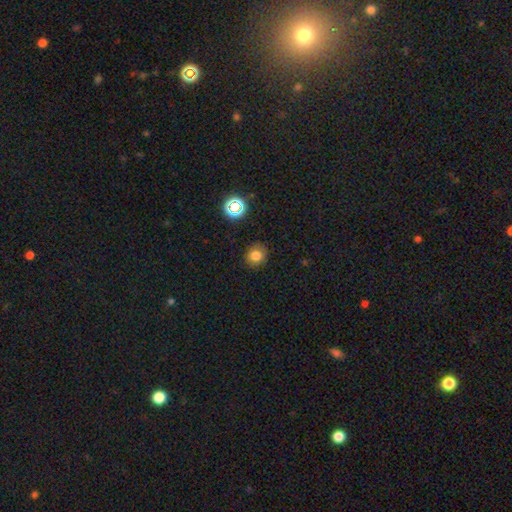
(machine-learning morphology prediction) Smooth or featured: smooth — 77% (star or artifact — 16%)
How rounded: round — 84% (in between — 15%)
Merging: none — 88% (minor disturbance — 8%)